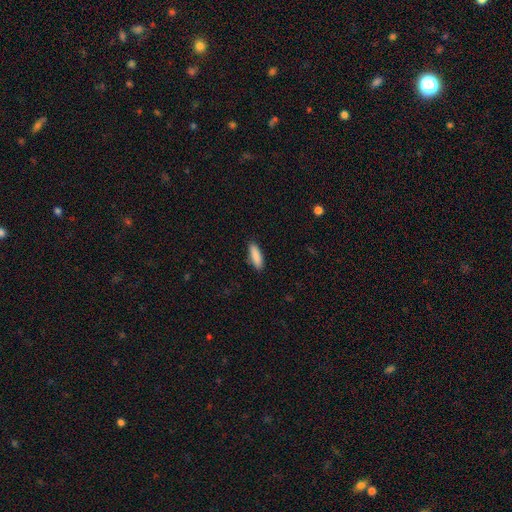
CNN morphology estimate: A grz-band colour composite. It shows a smooth galaxy with no disk features (89%) that is cigar-shaped (54%). Merging: none (87%).